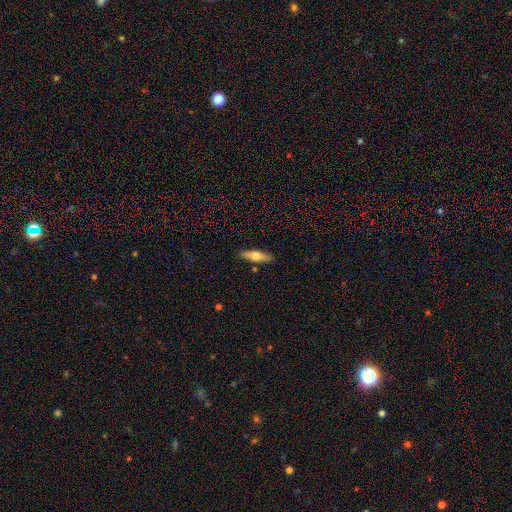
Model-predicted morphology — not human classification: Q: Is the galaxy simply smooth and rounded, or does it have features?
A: smooth — 51%.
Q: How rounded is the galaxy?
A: cigar-shaped — 61%.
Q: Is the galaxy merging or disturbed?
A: none — 88%.